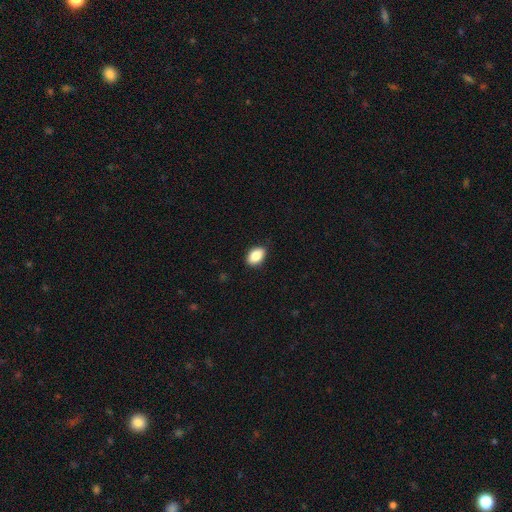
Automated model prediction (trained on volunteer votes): This appears to be a smooth galaxy with no disk features (87%) that is in between round and cigar-shaped (88%). Merging: none (87%).